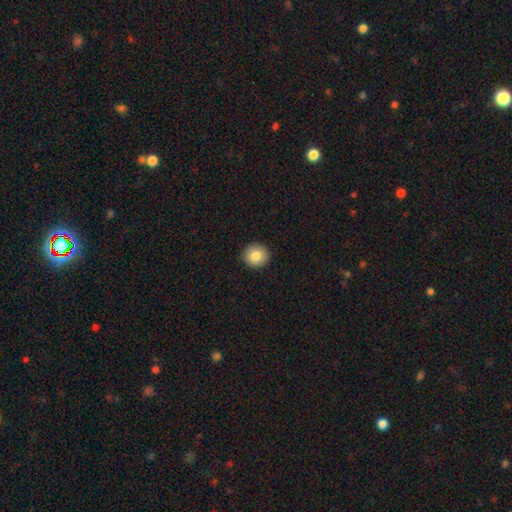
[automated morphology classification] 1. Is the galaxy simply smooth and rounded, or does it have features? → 83% smooth, 9% featured or disk, 9% star or artifact.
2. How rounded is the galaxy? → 93% round, 6% in between, 1% cigar-shaped.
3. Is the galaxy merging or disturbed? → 92% none, 5% minor disturbance, 2% major disturbance, 1% merger.